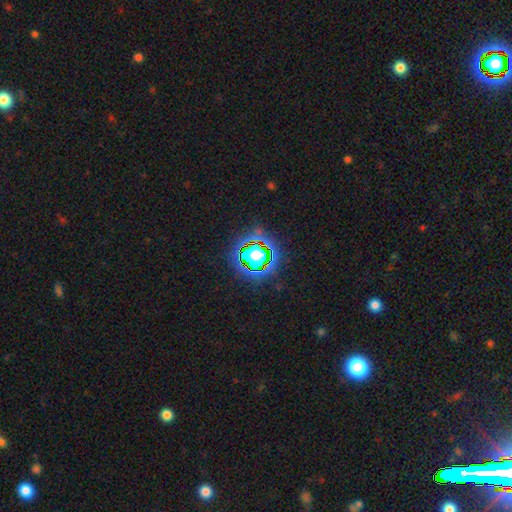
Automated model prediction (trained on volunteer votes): Morphology: type=star or artifact (63%).